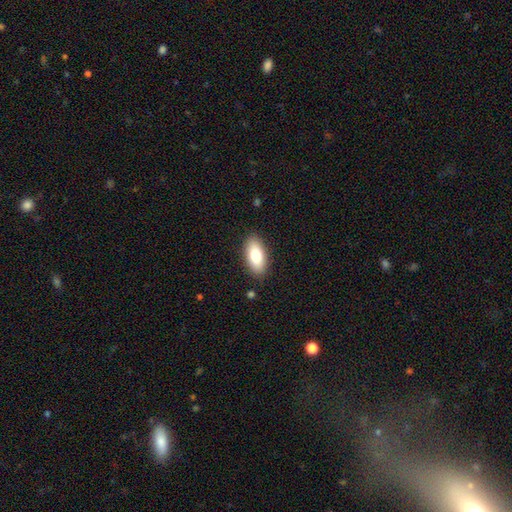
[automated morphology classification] Q: Smooth or featured?
A: smooth (81%); runner-up: featured or disk (12%)
Q: How rounded?
A: in between (89%); runner-up: cigar-shaped (8%)
Q: Merging?
A: none (87%); runner-up: minor disturbance (9%)